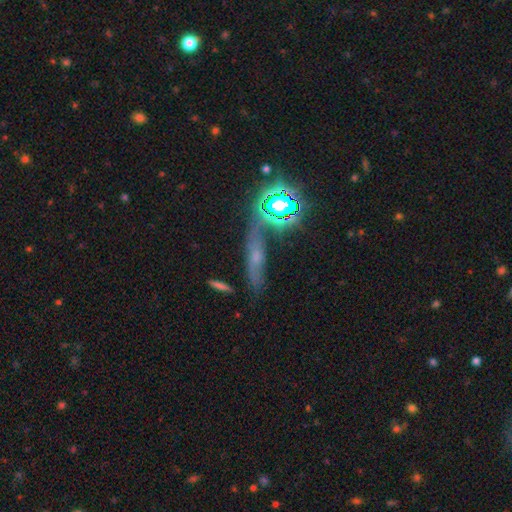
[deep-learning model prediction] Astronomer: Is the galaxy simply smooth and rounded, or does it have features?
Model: star or artifact — 35% (runner-up: featured or disk, 33%).